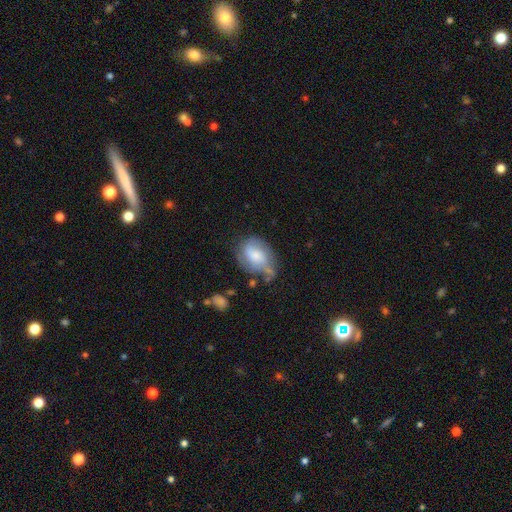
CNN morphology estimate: Smooth or featured?
  - smooth: 51% *
  - featured or disk: 41%
  - star or artifact: 8%
How rounded?
  - in between: 65% *
  - round: 34%
  - cigar-shaped: 2%
Merging?
  - none: 38% *
  - minor disturbance: 33%
  - major disturbance: 21%
  - merger: 8%